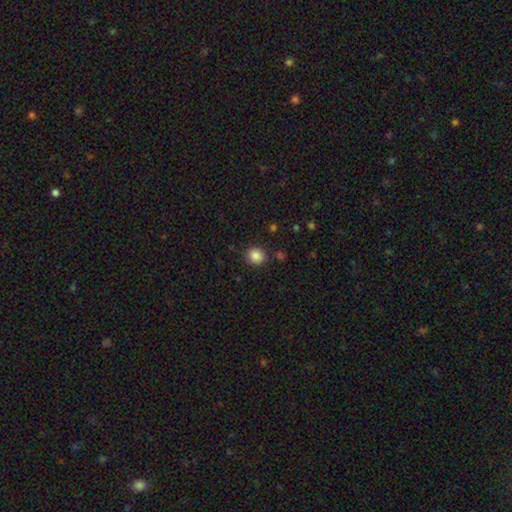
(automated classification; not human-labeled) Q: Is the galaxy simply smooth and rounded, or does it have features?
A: smooth — 86%.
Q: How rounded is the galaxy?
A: round — 85%.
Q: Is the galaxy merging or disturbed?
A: none — 88%.